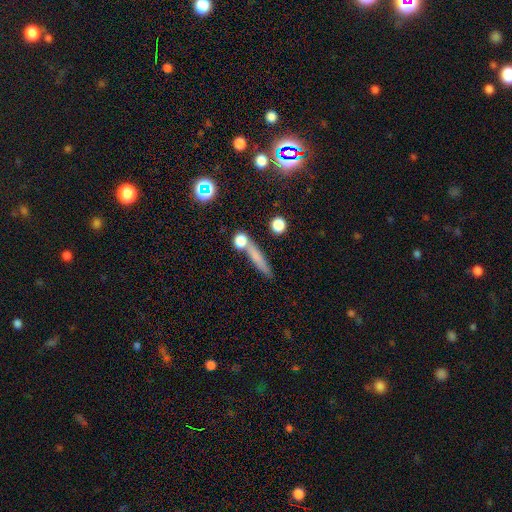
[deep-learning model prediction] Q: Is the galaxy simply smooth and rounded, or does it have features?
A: smooth — 65%.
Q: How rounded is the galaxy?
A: cigar-shaped — 81%.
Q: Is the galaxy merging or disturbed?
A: none — 69%.